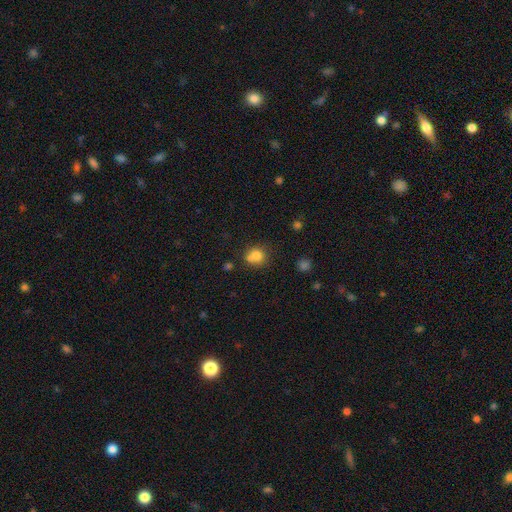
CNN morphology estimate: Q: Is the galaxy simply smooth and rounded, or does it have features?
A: smooth — 79%.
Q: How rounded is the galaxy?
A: round — 78%.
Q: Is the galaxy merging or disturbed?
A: none — 53%.